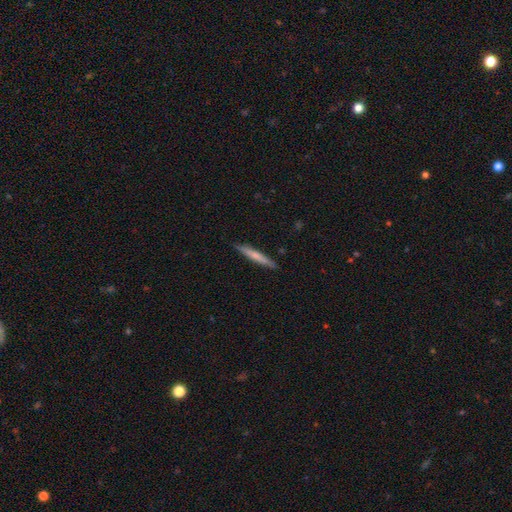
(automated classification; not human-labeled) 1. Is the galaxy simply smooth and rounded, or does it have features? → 59% smooth, 35% featured or disk, 5% star or artifact.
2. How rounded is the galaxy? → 95% cigar-shaped, 3% in between, 1% round.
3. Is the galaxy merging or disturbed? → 90% none, 8% minor disturbance, 1% major disturbance, 1% merger.